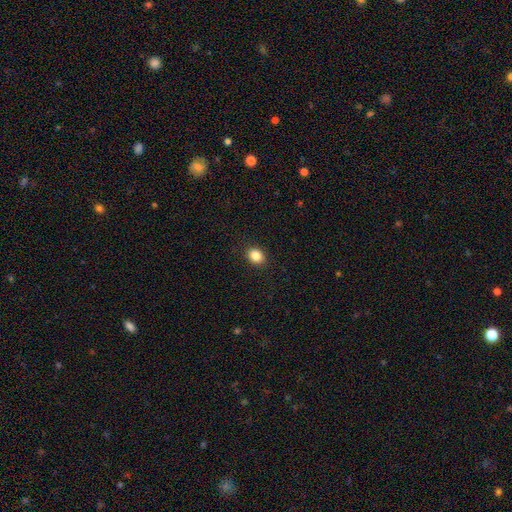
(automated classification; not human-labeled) Q: Smooth or featured?
A: smooth (85%); runner-up: star or artifact (10%)
Q: How rounded?
A: in between (50%); runner-up: round (49%)
Q: Merging?
A: none (91%); runner-up: minor disturbance (7%)